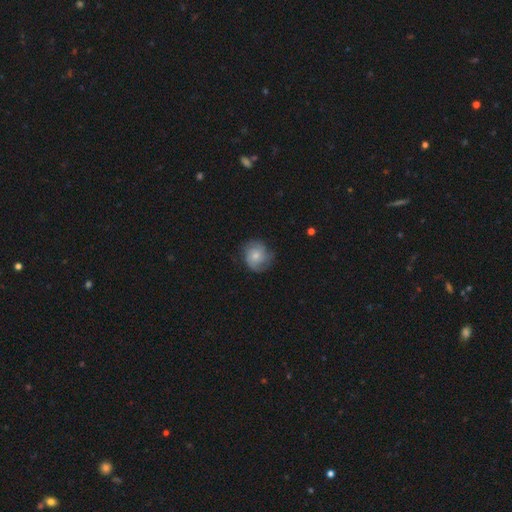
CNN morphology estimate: featured or disk 51%, smooth 42%, star or artifact 7%. Down the decision tree: edge-on disk — no (98%); merging — none (69%).